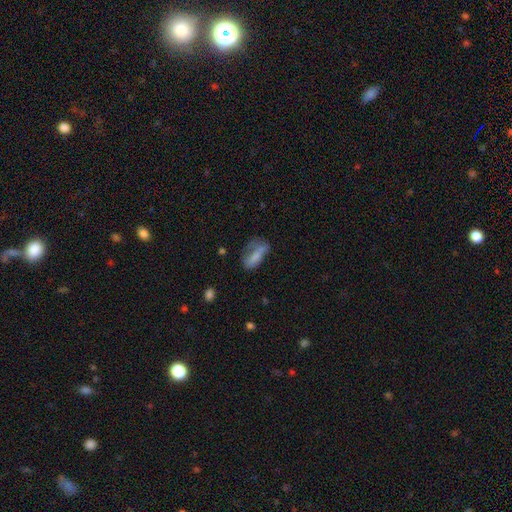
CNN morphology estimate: A smooth galaxy with no disk features (69%) that is in between round and cigar-shaped (72%).

Vote fractions:
- Smooth or featured? smooth: 69% / featured or disk: 21% / star or artifact: 10%
- How rounded? in between: 72% / cigar-shaped: 23% / round: 4%
- Merging? none: 33% (tied) / major disturbance: 33% (tied) / minor disturbance: 28% / merger: 6%